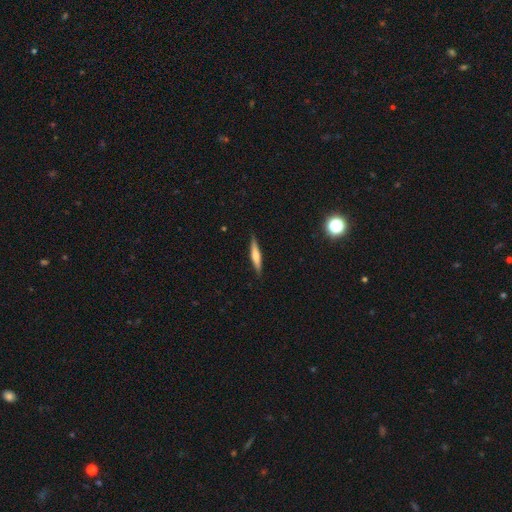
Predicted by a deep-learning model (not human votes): This appears to be a smooth galaxy with no disk features (52%) that is cigar-shaped (89%). Merging: none (88%).